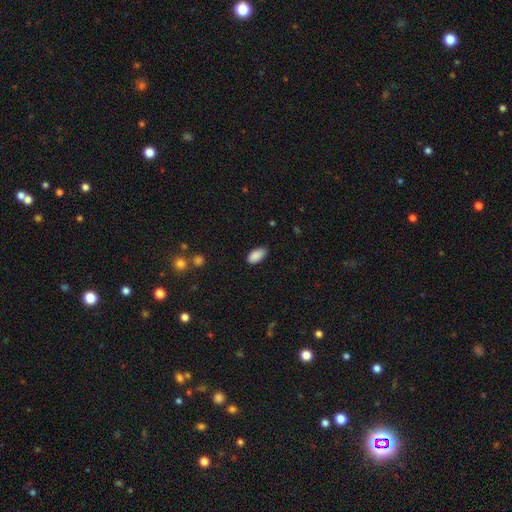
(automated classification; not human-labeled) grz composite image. It shows a smooth galaxy with no disk features (89%) that is in between round and cigar-shaped (94%). Merging: none (78%).